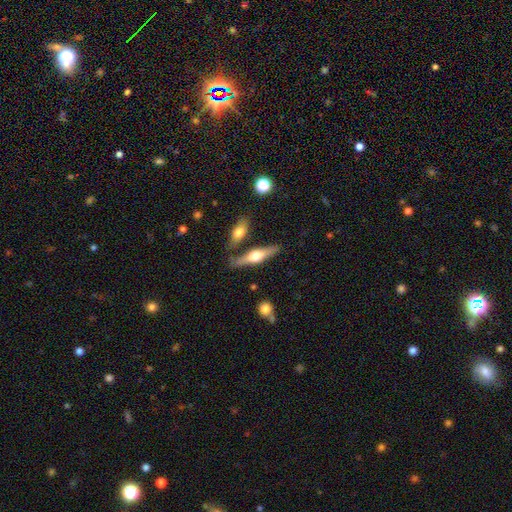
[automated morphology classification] The model was most divided on "smooth or featured": featured or disk: 61%, smooth: 34%, star or artifact: 5%. More confident: edge-on disk — yes (94%); edge-on bulge — rounded (94%); merging — none (72%).